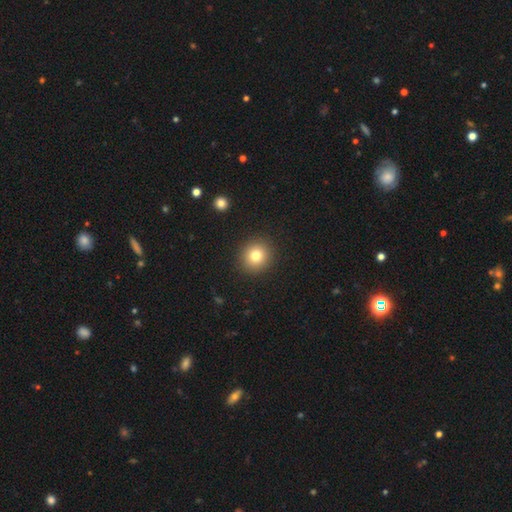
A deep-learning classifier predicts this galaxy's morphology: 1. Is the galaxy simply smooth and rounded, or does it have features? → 79% smooth, 12% star or artifact, 9% featured or disk.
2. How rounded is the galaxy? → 90% round, 9% in between, 1% cigar-shaped.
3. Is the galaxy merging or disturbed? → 92% none, 5% minor disturbance, 2% major disturbance, 1% merger.